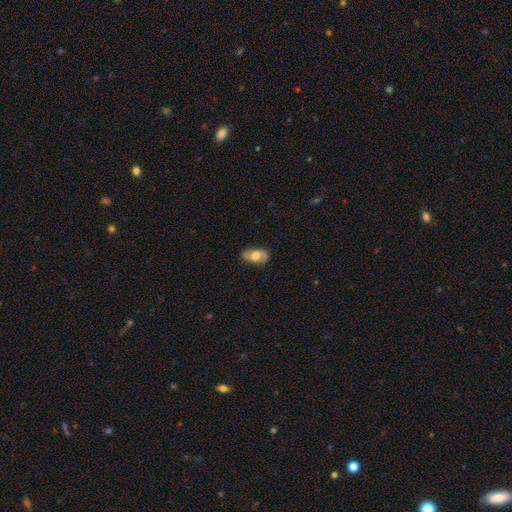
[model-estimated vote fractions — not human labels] The model was most divided on "smooth or featured": smooth: 48%, featured or disk: 45%, star or artifact: 7%. More confident: merging — none (79%).